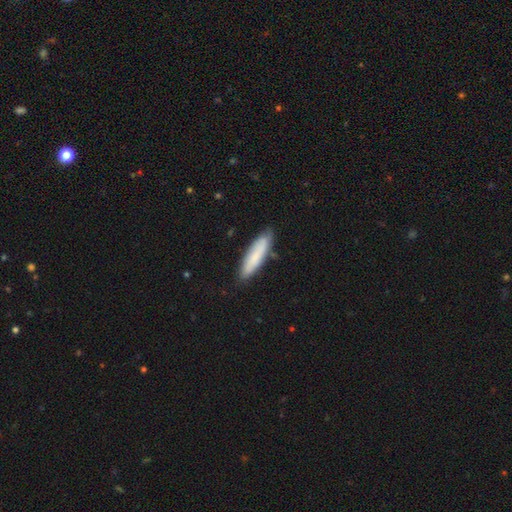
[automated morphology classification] This appears to be a smooth galaxy with no disk features (75%) that is cigar-shaped (74%). Merging: none (82%).